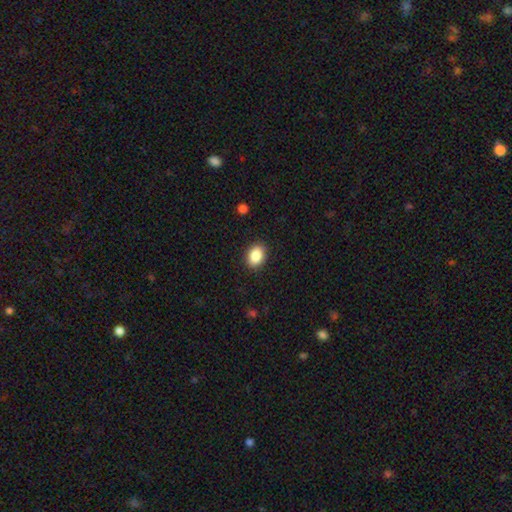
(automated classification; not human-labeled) Smooth or featured? Predicted: smooth (p=0.88). How rounded? Predicted: in between (p=0.74). Merging? Predicted: none (p=0.89).